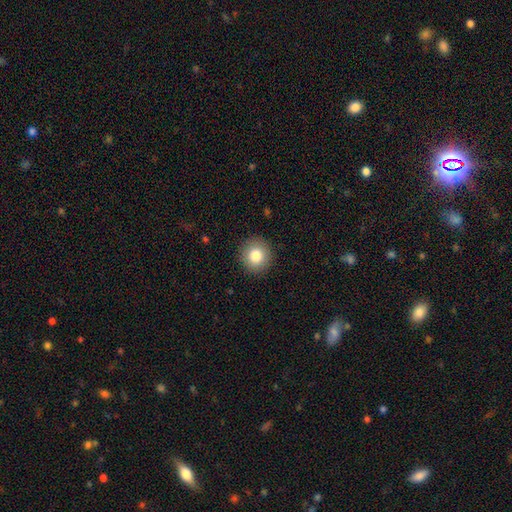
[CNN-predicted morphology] Q: Smooth or featured?
A: smooth (82%); runner-up: star or artifact (10%)
Q: How rounded?
A: round (92%); runner-up: in between (7%)
Q: Merging?
A: none (91%); runner-up: minor disturbance (6%)